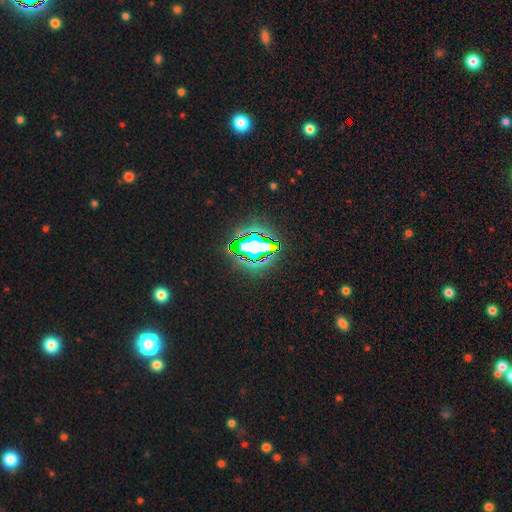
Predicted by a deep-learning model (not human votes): Morphology: type=star or artifact (83%).